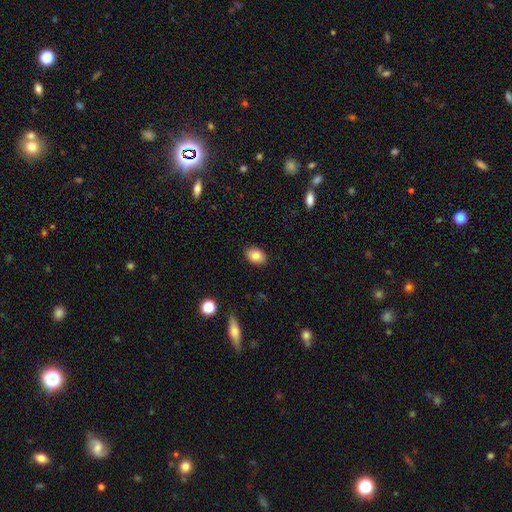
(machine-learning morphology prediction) This appears to be a smooth galaxy with no disk features (84%) that is in between round and cigar-shaped (84%). Merging: none (88%).